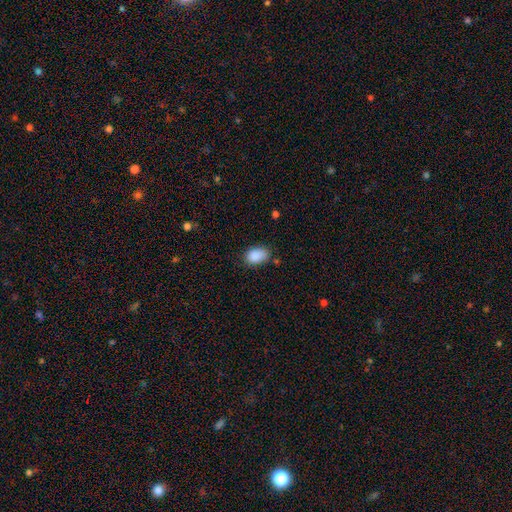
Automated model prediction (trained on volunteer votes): smooth 88%, star or artifact 8%, featured or disk 3%. Down the decision tree: how rounded — in between (87%); merging — none (72%).